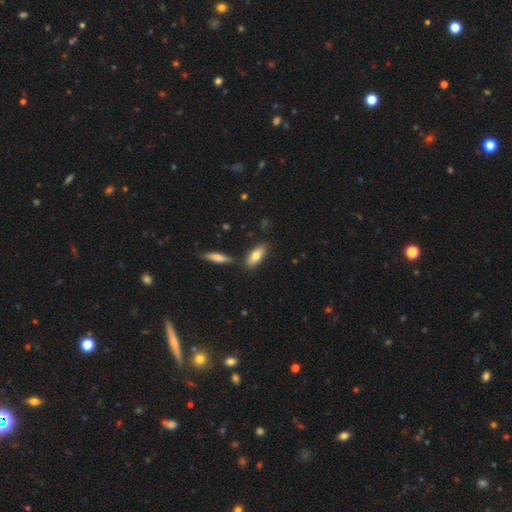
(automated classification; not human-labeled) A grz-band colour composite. It shows a smooth galaxy with no disk features (76%) that is in between round and cigar-shaped (78%). Merging: none (77%).